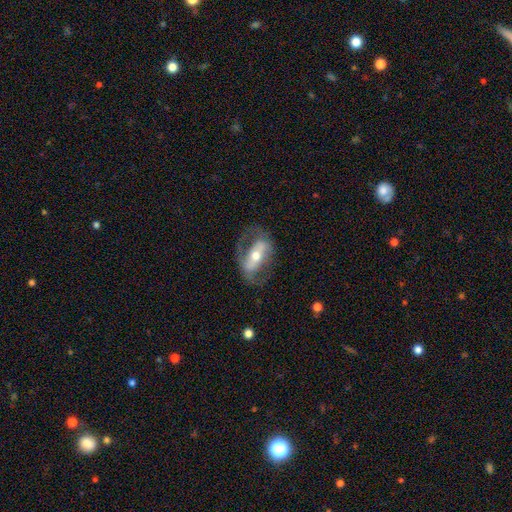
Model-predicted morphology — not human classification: Overall: featured or disk (71%). Edge-on disk: no (87%). Bar: strong (51%; no 24%). Spiral arms: yes (59%; no 41%). Bulge size: moderate (64%; small 27%). Merging: none (63%).